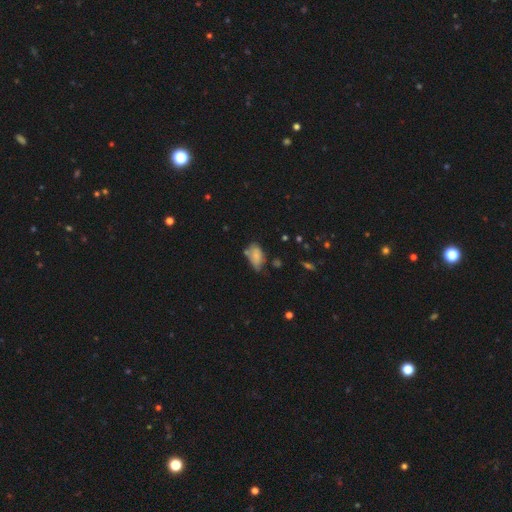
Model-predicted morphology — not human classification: Smooth or featured? Predicted: smooth (p=0.73). How rounded? Predicted: in between (p=0.90). Merging? Predicted: none (p=0.41).